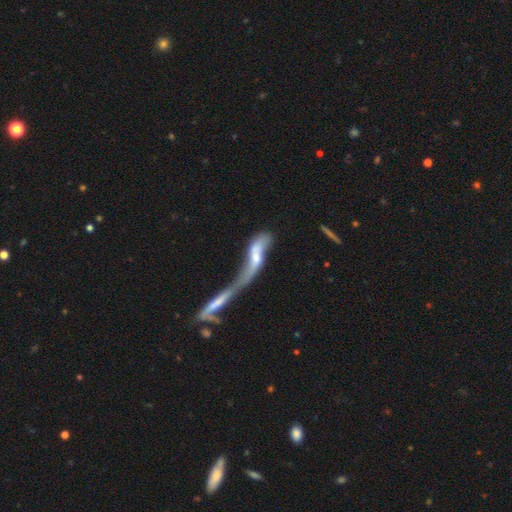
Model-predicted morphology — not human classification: type=featured or disk (51%); edge-on=no (73%); merging=merger (73%).